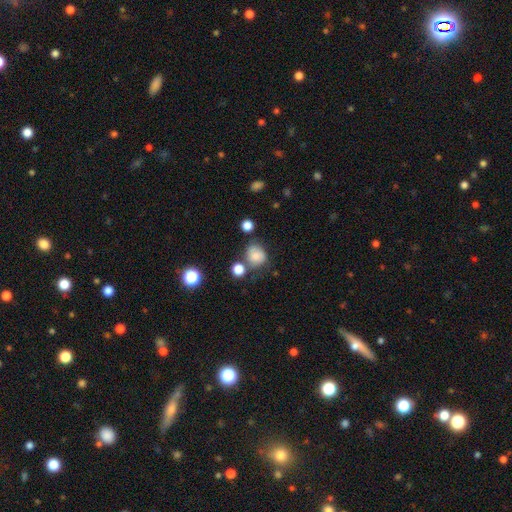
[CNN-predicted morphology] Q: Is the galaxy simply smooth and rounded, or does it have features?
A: smooth — 79%.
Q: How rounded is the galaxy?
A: round — 71%.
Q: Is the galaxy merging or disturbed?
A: none — 58%.